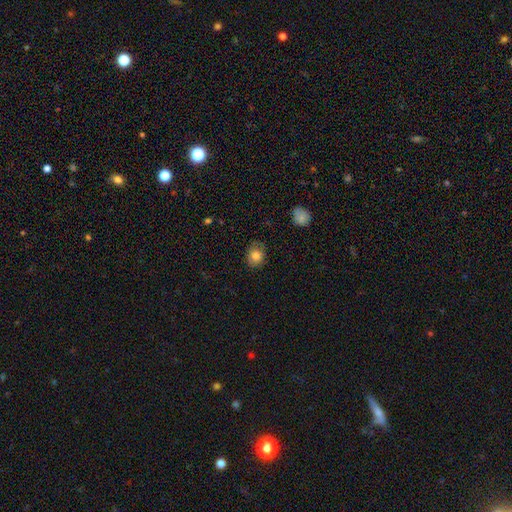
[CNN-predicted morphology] Smooth or featured? Predicted: smooth (p=0.79). How rounded? Predicted: round (p=0.55). Merging? Predicted: none (p=0.80).